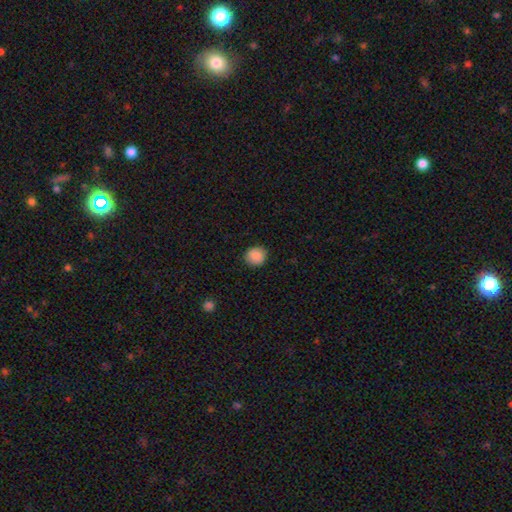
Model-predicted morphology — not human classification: A smooth galaxy with no disk features (88%) that is round (87%).

Vote fractions:
- Smooth or featured? smooth: 88% / star or artifact: 8% / featured or disk: 3%
- How rounded? round: 87% / in between: 12% / cigar-shaped: 1%
- Merging? none: 89% / minor disturbance: 8% / major disturbance: 2% / merger: 1%